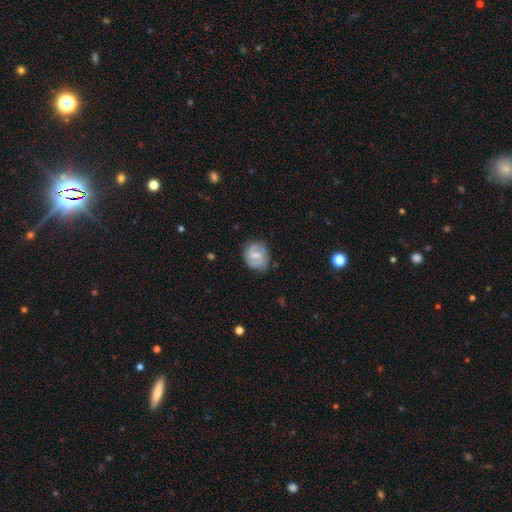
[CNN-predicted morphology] A featured or disk galaxy (58%) with a weak bar (58%), spiral arms (86%) and a small central bulge (45%). Merging: none (76%).